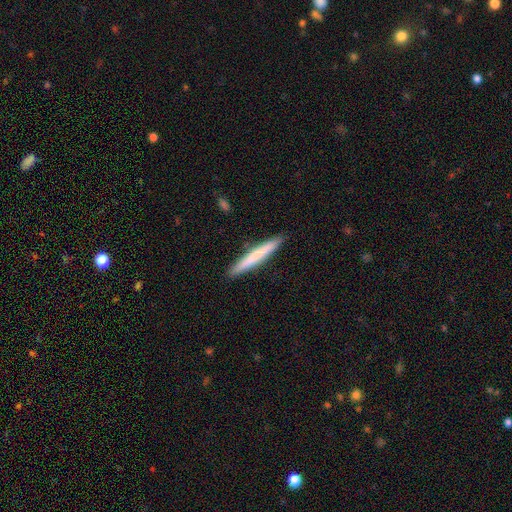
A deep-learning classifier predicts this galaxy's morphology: Smooth or featured? smooth (67%)
How rounded? cigar-shaped (96%)
Merging? none (91%)